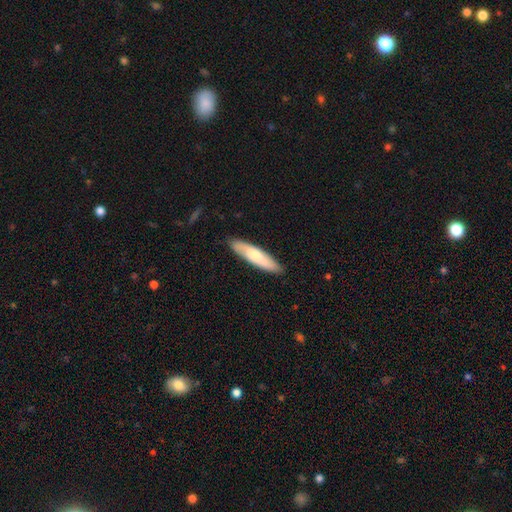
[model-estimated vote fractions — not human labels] Overall: smooth (66%; featured or disk 29%). How rounded: cigar-shaped (74%). Merging: none (87%).